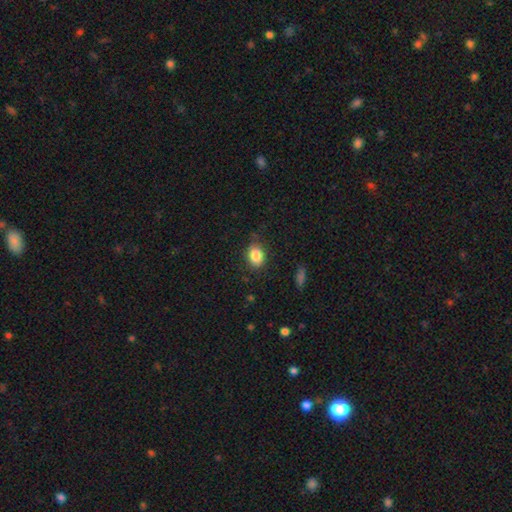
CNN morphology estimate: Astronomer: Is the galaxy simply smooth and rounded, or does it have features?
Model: smooth — 86%.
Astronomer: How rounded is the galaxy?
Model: in between — 69%.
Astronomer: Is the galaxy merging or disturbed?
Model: none — 78%.